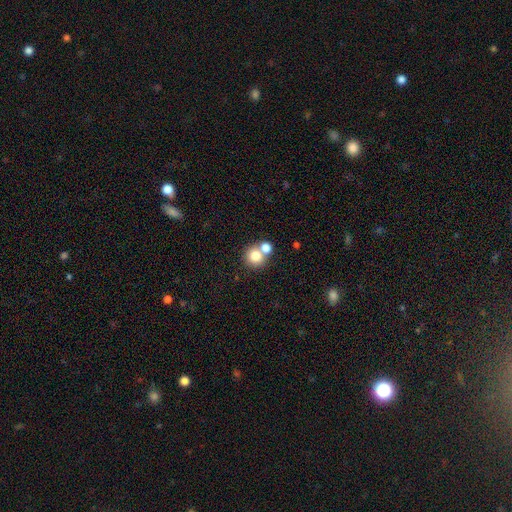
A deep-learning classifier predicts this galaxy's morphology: Smooth or featured: smooth — 79% (star or artifact — 11%)
How rounded: round — 90% (in between — 9%)
Merging: none — 54% (merger — 37%)